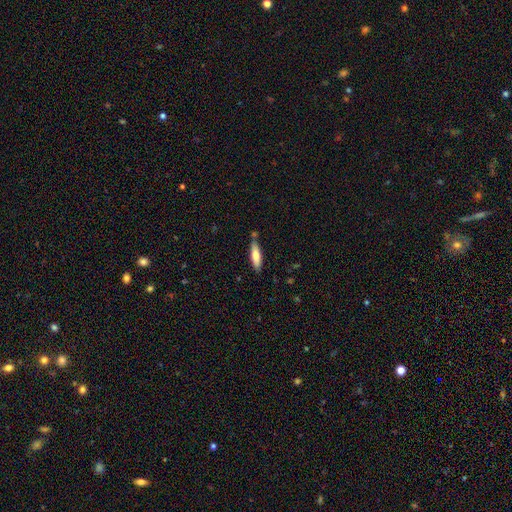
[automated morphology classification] A smooth galaxy with no disk features (70%) that is cigar-shaped (65%). Merging: none (76%).